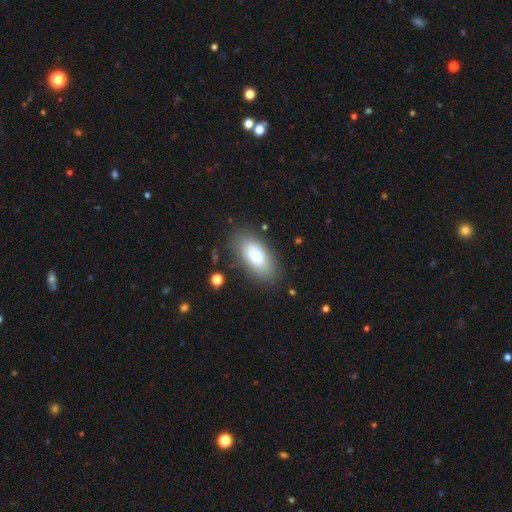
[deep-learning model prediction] smooth 77%, featured or disk 15%, star or artifact 8%. Down the decision tree: how rounded — in between (90%); merging — none (83%).